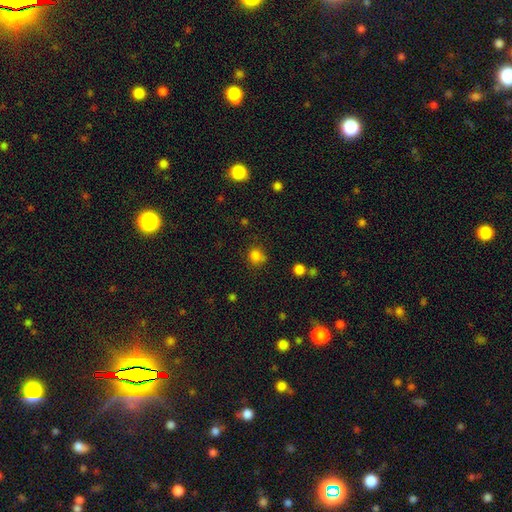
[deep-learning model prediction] Smooth or featured?
  - smooth: 80% *
  - star or artifact: 15%
  - featured or disk: 5%
How rounded?
  - round: 75% *
  - in between: 24%
  - cigar-shaped: 1%
Merging?
  - none: 67% *
  - minor disturbance: 20%
  - major disturbance: 7%
  - merger: 6%